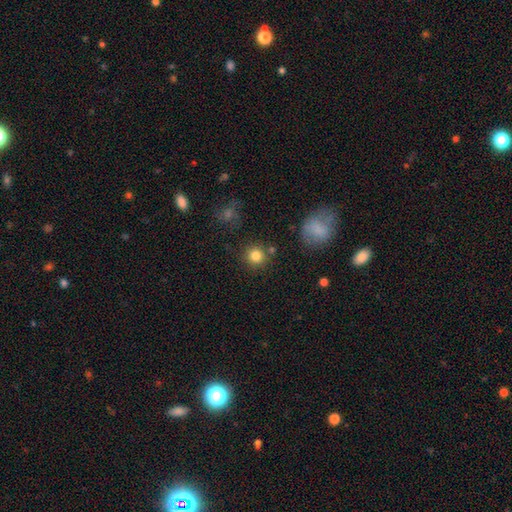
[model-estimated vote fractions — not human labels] The model was most divided on "smooth or featured": smooth: 83%, star or artifact: 11%, featured or disk: 6%. More confident: how rounded — round (92%); merging — none (82%).